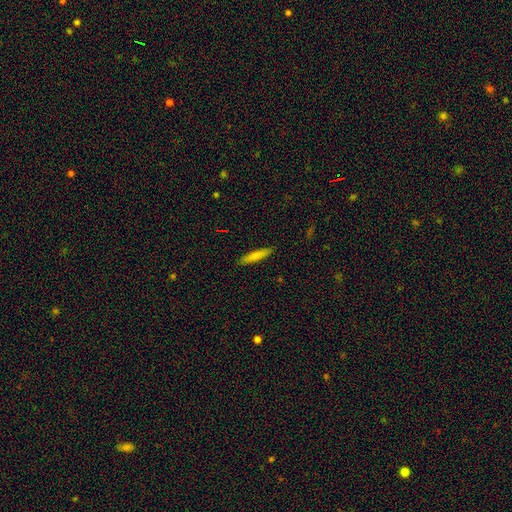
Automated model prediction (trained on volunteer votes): A smooth galaxy with no disk features (79%) that is cigar-shaped (86%).

Vote fractions:
- Smooth or featured? smooth: 79% / featured or disk: 15% / star or artifact: 7%
- How rounded? cigar-shaped: 86% / in between: 13% / round: 1%
- Merging? none: 90% / minor disturbance: 7% / major disturbance: 2% / merger: 1%